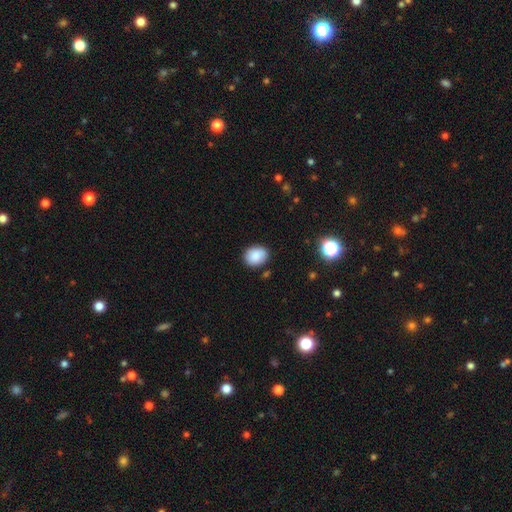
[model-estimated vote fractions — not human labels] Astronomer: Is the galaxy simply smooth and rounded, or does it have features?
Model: smooth — 87%.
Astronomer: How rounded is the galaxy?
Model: in between — 50% (runner-up: round, 49%).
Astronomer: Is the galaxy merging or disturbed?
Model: none — 84%.